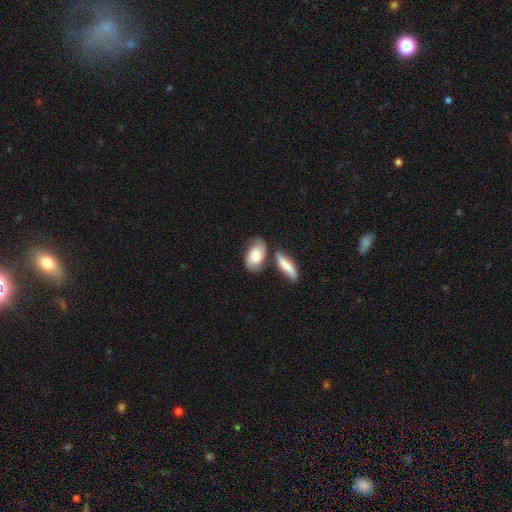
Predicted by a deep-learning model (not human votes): Q: Smooth or featured?
A: smooth (59%); runner-up: featured or disk (35%)
Q: How rounded?
A: in between (89%); runner-up: round (7%)
Q: Merging?
A: none (50%); runner-up: merger (24%)